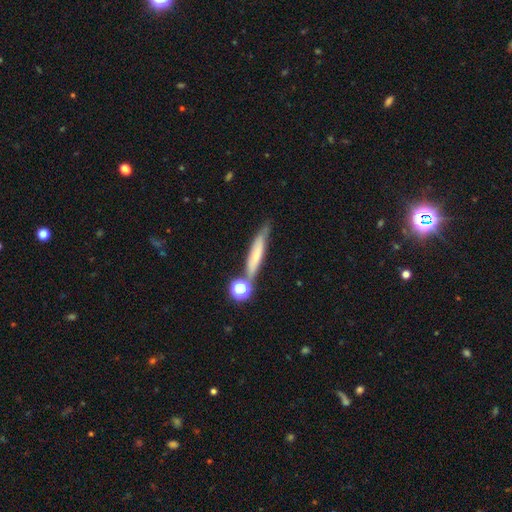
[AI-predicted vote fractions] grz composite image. It shows a smooth galaxy with no disk features (56%) that is cigar-shaped (86%). Merging: none (63%).